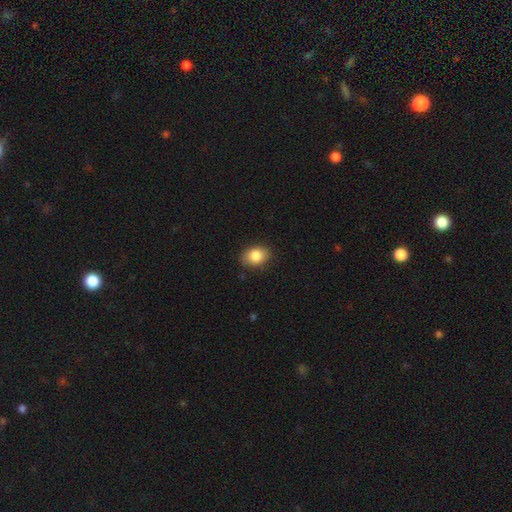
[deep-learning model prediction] Smooth or featured?
  - smooth: 85% *
  - star or artifact: 8%
  - featured or disk: 7%
How rounded?
  - in between: 75% *
  - round: 24%
  - cigar-shaped: 1%
Merging?
  - none: 84% *
  - minor disturbance: 12%
  - major disturbance: 3%
  - merger: 1%